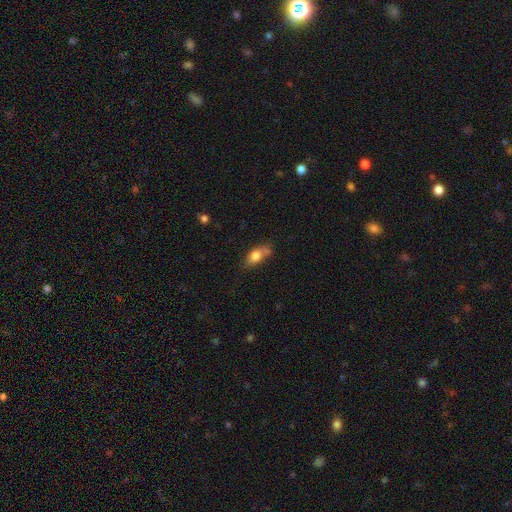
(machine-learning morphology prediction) This appears to be a smooth galaxy with no disk features (77%) that is in between round and cigar-shaped (80%). Merging: none (48%).